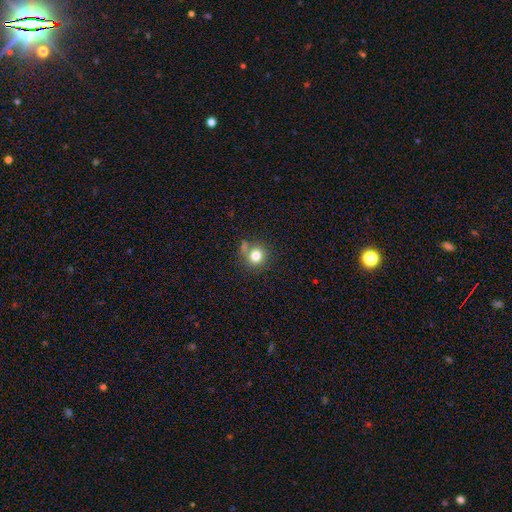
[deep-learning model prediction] The model was most divided on "merging": none: 67%, merger: 15%, minor disturbance: 14%, major disturbance: 5%. More confident: how rounded — round (87%); smooth or featured — smooth (80%).